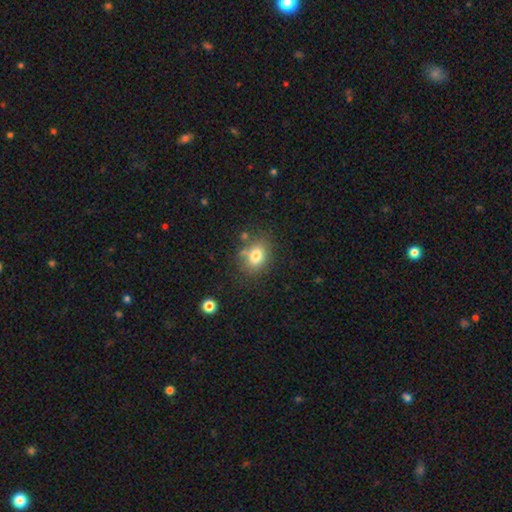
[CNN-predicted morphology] The model was most divided on "how rounded": in between: 56%, round: 43%, cigar-shaped: 1%. More confident: smooth or featured — smooth (77%); merging — none (71%).